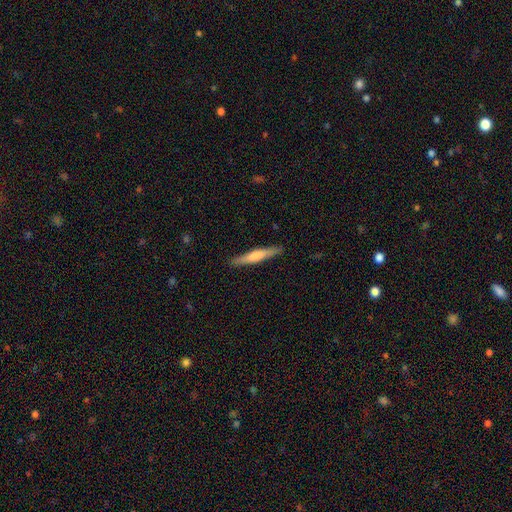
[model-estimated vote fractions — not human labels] smooth-or-featured: featured or disk: 54% | smooth: 40% | star or artifact: 6%
  disk-edge-on: yes: 97% | no: 3%
    edge-on-bulge: rounded: 71% | boxy: 17% | none: 12%
  merging: none: 91% | minor disturbance: 7% | major disturbance: 1% | merger: 1%